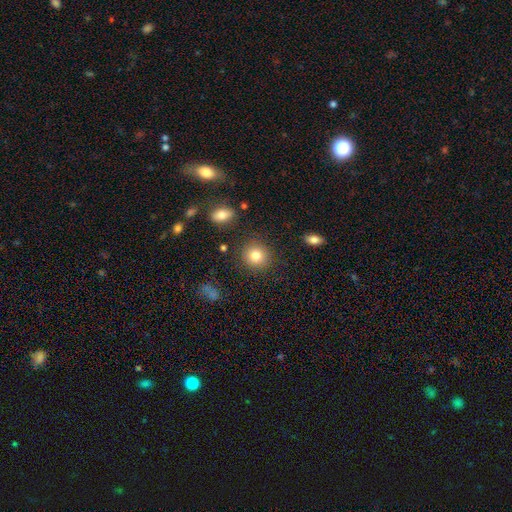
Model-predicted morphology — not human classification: Smooth or featured?
  - smooth: 82% *
  - star or artifact: 10%
  - featured or disk: 8%
How rounded?
  - round: 88% *
  - in between: 11%
  - cigar-shaped: 1%
Merging?
  - none: 87% *
  - minor disturbance: 8%
  - major disturbance: 3%
  - merger: 2%